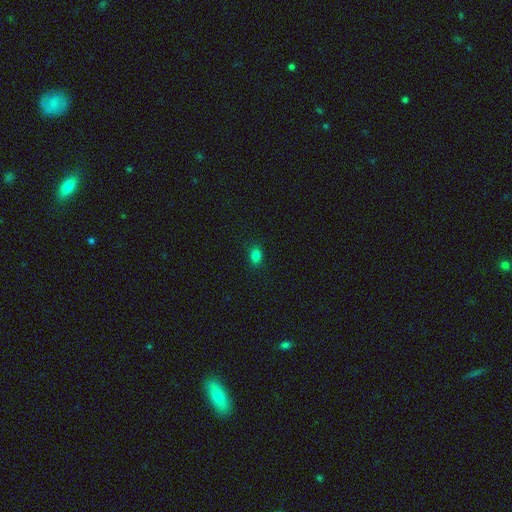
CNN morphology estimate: type=smooth (81%); roundness=in between (61%); merging=none (85%).